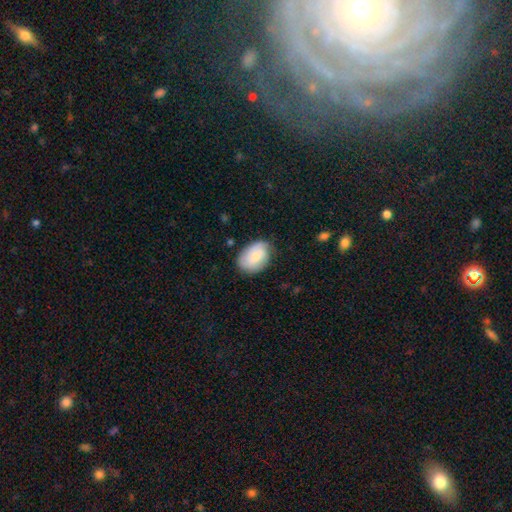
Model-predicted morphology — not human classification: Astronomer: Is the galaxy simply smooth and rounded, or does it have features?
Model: smooth — 64%.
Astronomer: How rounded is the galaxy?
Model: in between — 78%.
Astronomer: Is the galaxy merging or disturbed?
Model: none — 71%.